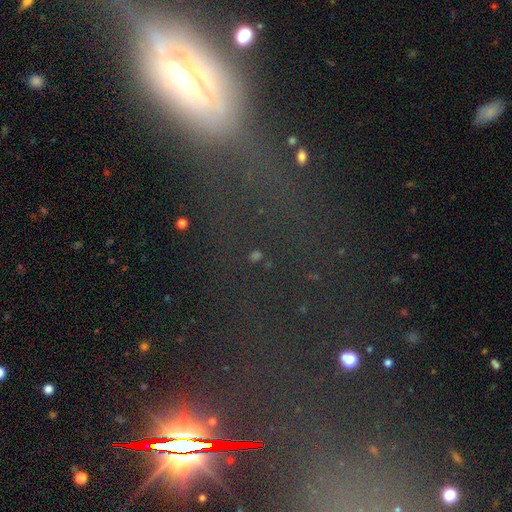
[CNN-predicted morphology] Smooth or featured? Predicted: star or artifact (p=0.58).